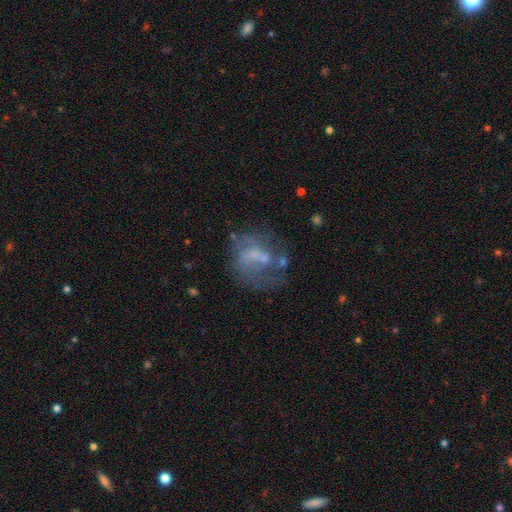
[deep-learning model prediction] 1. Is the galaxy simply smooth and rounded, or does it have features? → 54% featured or disk, 31% smooth, 15% star or artifact.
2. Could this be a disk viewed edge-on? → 97% no, 3% yes.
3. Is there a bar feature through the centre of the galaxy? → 61% no, 31% weak, 8% strong.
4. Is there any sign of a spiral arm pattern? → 58% no, 42% yes.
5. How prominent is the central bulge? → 38% none, 37% small, 21% moderate, 3% large, 1% dominant.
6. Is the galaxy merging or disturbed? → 42% none, 29% major disturbance, 19% minor disturbance, 10% merger.